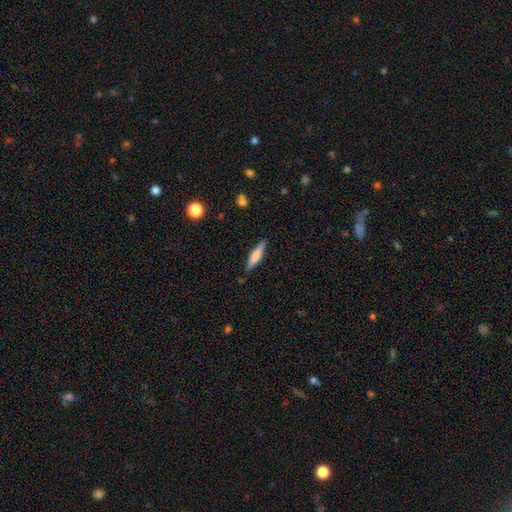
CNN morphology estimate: Smooth or featured? Predicted: smooth (p=0.60). How rounded? Predicted: cigar-shaped (p=0.85). Merging? Predicted: none (p=0.86).